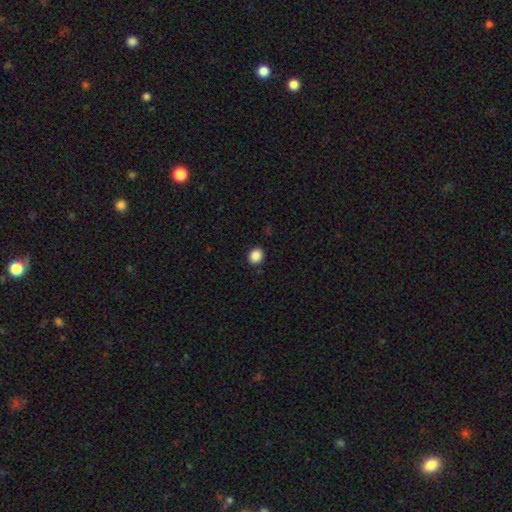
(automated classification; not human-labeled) The model was most divided on "how rounded": round: 79%, in between: 20%, cigar-shaped: 1%. More confident: merging — none (91%); smooth or featured — smooth (88%).